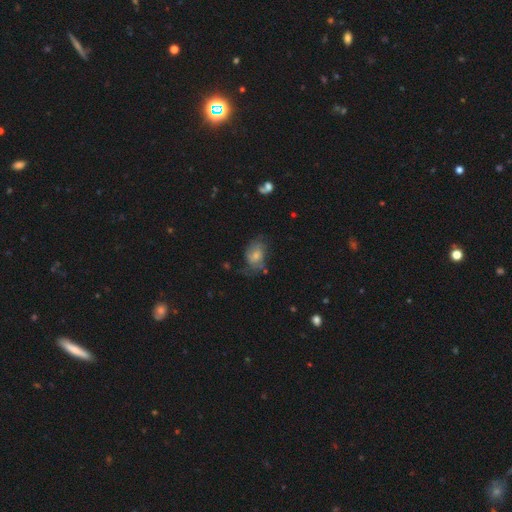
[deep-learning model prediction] This appears to be a smooth galaxy with no disk features (56%) that is in between round and cigar-shaped (75%). Merging: none (46%).